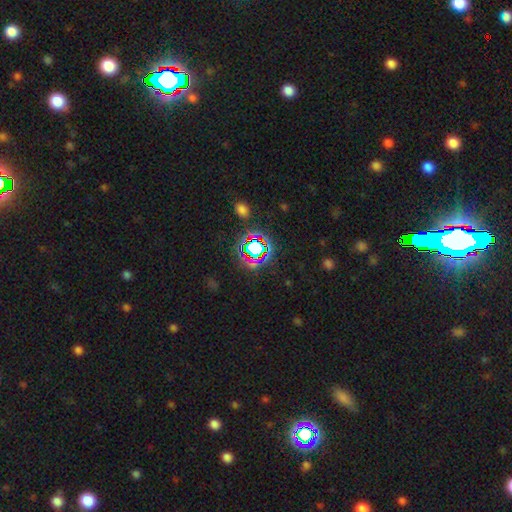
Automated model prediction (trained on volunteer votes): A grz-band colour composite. It shows a star or artifact, not a galaxy (74%).